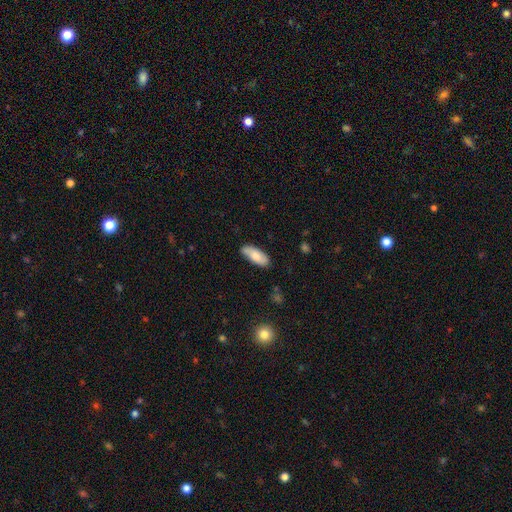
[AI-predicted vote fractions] Q: Smooth or featured?
A: smooth (74%); runner-up: featured or disk (20%)
Q: How rounded?
A: in between (80%); runner-up: cigar-shaped (18%)
Q: Merging?
A: none (78%); runner-up: minor disturbance (17%)